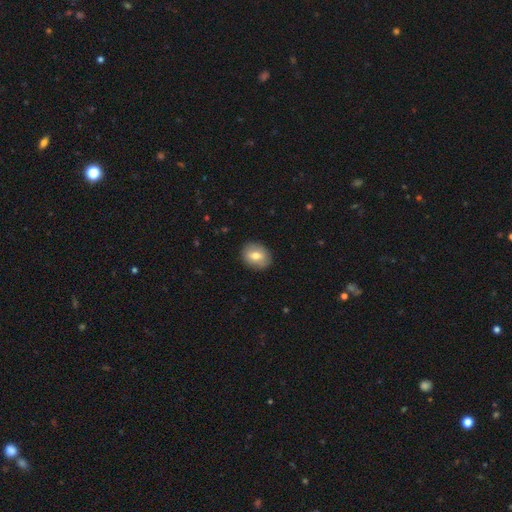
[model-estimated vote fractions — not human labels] Q: Smooth or featured?
A: smooth (73%); runner-up: featured or disk (19%)
Q: How rounded?
A: round (59%); runner-up: in between (40%)
Q: Merging?
A: none (88%); runner-up: minor disturbance (9%)